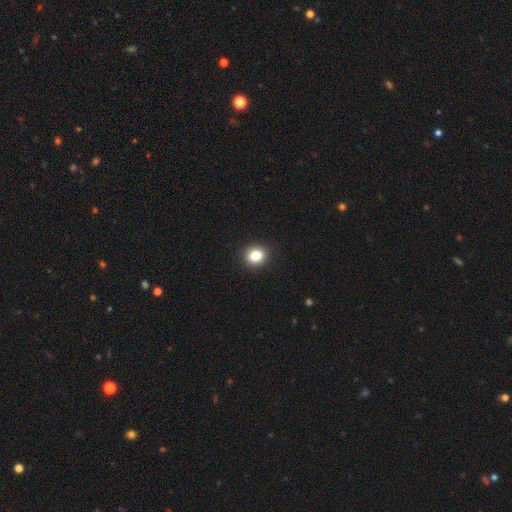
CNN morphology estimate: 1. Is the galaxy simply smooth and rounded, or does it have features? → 84% smooth, 10% star or artifact, 6% featured or disk.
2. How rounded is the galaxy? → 71% round, 28% in between, 1% cigar-shaped.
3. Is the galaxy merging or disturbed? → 91% none, 6% minor disturbance, 2% major disturbance, 1% merger.